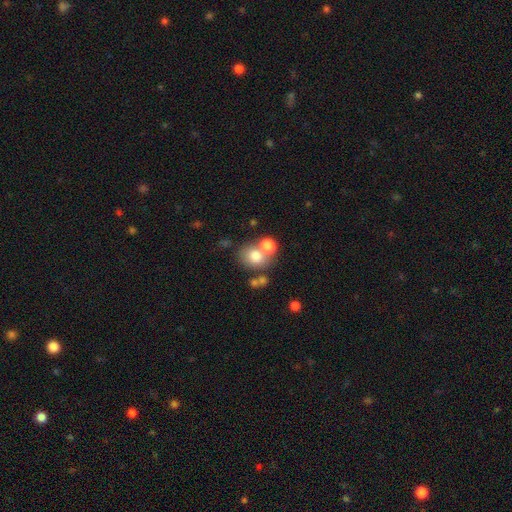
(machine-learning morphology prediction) This appears to be a smooth galaxy with no disk features (74%) that is round (63%). Merging: merger (43%, tied with none).